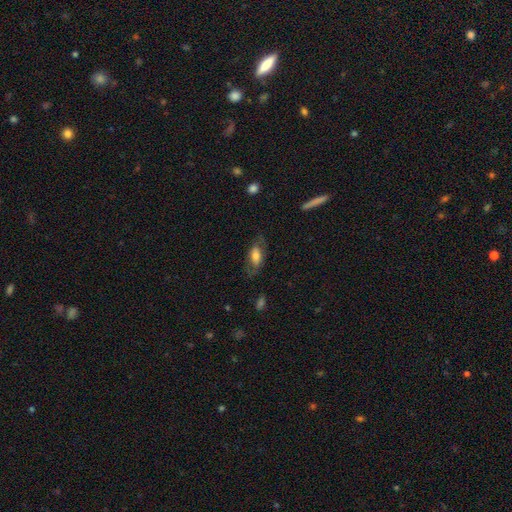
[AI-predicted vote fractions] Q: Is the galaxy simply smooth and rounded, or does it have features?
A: smooth — 58%.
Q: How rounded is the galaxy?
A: in between — 84%.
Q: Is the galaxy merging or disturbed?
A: none — 65%.